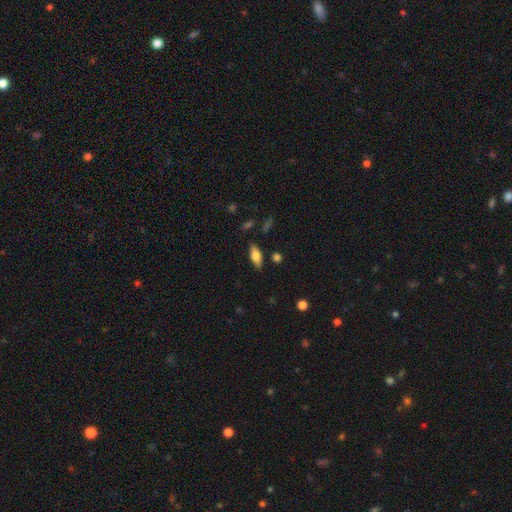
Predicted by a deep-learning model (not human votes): smooth_or_featured: smooth (p=0.69) [alt: featured or disk p=0.24]
how_rounded: in between (p=0.79) [alt: cigar-shaped p=0.18]
merging: none (p=0.84) [alt: minor disturbance p=0.11]